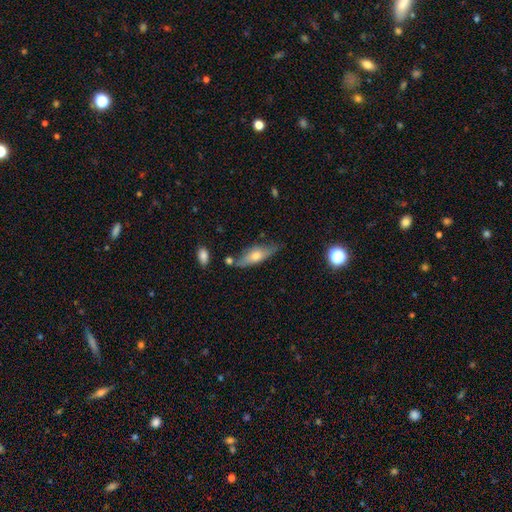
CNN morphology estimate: Q: Smooth or featured?
A: smooth (50%); runner-up: featured or disk (43%)
Q: Merging?
A: none (73%); runner-up: minor disturbance (18%)